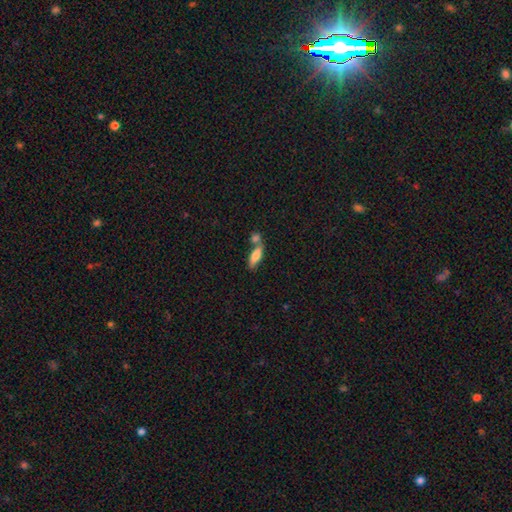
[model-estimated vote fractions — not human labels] Overall: smooth (74%). How rounded: in between (59%; cigar-shaped 38%). Merging: none (50%; merger 33%).